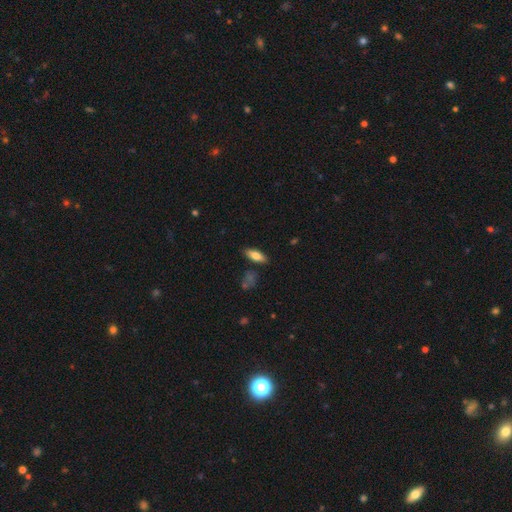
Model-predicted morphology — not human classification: Smooth or featured: smooth — 75% (featured or disk — 18%)
How rounded: in between — 71% (cigar-shaped — 26%)
Merging: none — 82% (minor disturbance — 12%)